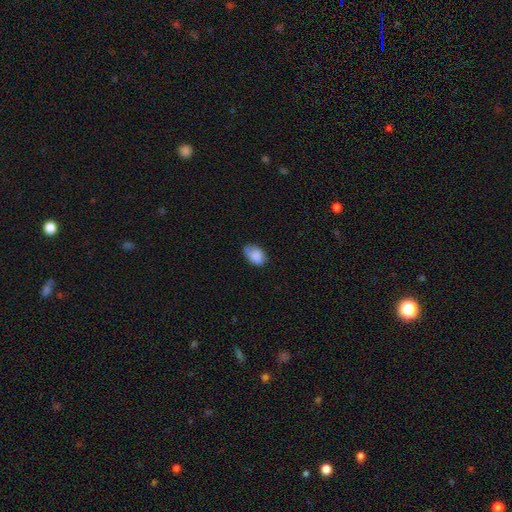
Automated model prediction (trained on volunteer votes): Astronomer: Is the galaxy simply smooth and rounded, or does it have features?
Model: smooth — 84%.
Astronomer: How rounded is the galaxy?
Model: in between — 86%.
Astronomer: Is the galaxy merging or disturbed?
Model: none — 57% (runner-up: minor disturbance, 34%).